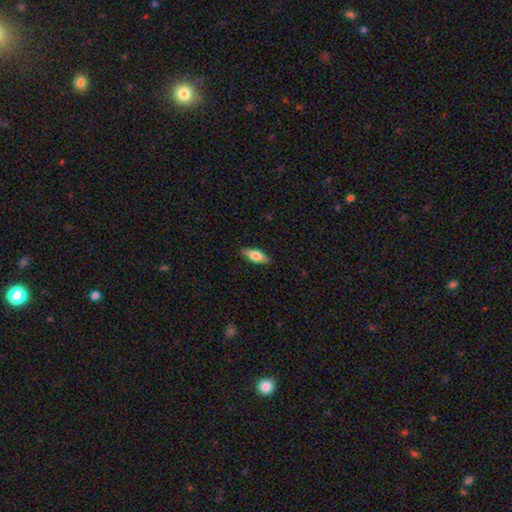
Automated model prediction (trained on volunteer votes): smooth-or-featured: smooth: 70% | featured or disk: 24% | star or artifact: 6%
  how-rounded: in between: 72% | cigar-shaped: 25% | round: 3%
  merging: none: 87% | minor disturbance: 10% | major disturbance: 2% | merger: 1%